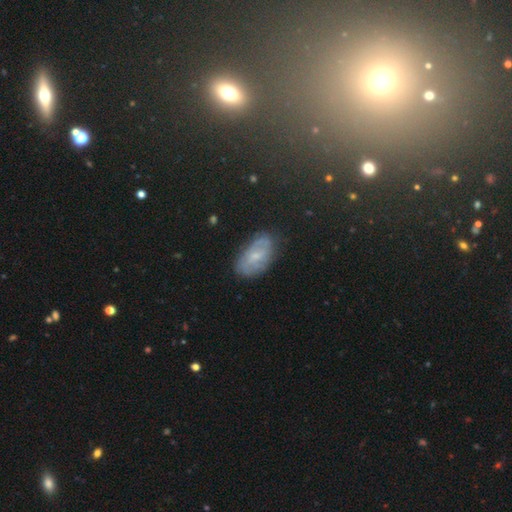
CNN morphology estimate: smooth_or_featured: featured or disk (p=0.50) [alt: smooth p=0.38]
merging: none (p=0.72) [alt: minor disturbance p=0.20]